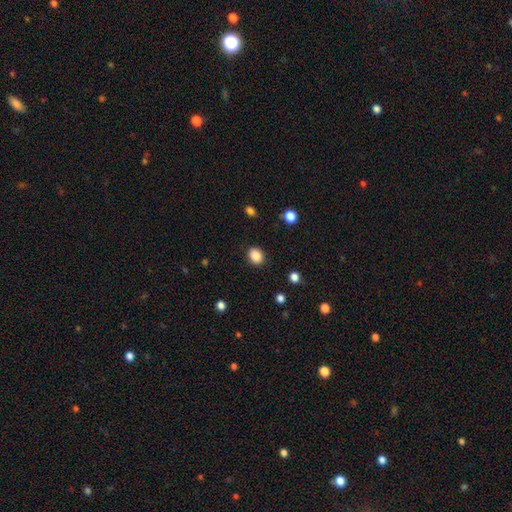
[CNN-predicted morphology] This appears to be a smooth galaxy with no disk features (88%) that is round (54%). Merging: none (88%).